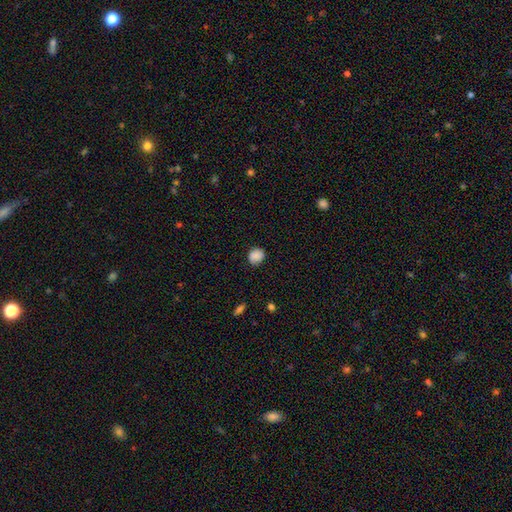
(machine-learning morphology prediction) The model was most divided on "how rounded": round: 77%, in between: 22%, cigar-shaped: 1%. More confident: smooth or featured — smooth (85%); merging — none (76%).